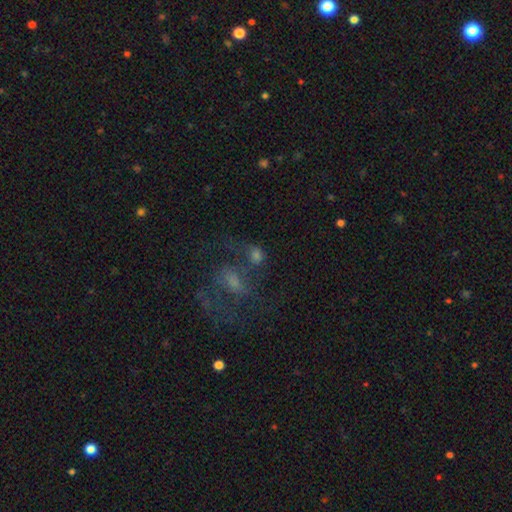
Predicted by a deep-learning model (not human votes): This is possibly a featured or disk galaxy (47%). Merging: marginally none (41%).